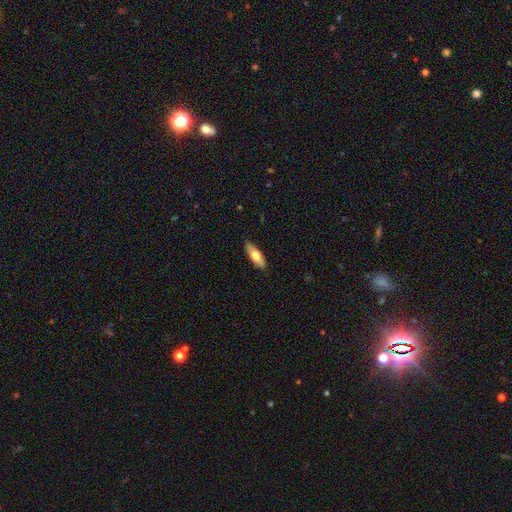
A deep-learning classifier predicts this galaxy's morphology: Overall: smooth (67%). How rounded: in between (64%; cigar-shaped 33%). Merging: none (88%).